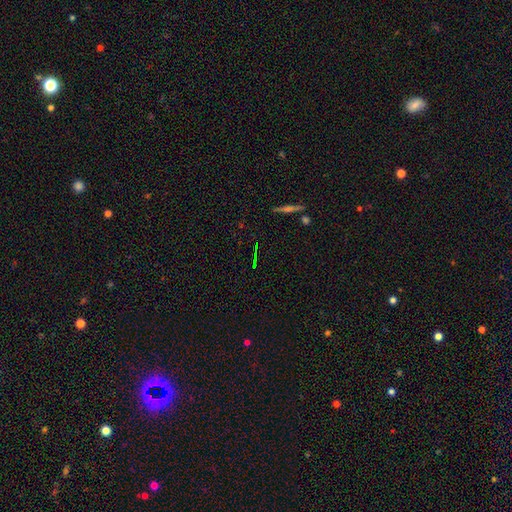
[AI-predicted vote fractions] Smooth or featured? star or artifact (62%)